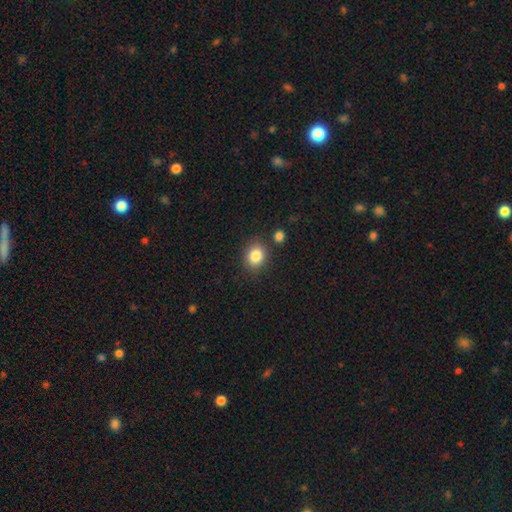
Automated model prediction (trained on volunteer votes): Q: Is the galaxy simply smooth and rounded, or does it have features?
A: smooth — 84%.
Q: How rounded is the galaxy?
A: round — 61%.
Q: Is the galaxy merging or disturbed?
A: none — 80%.